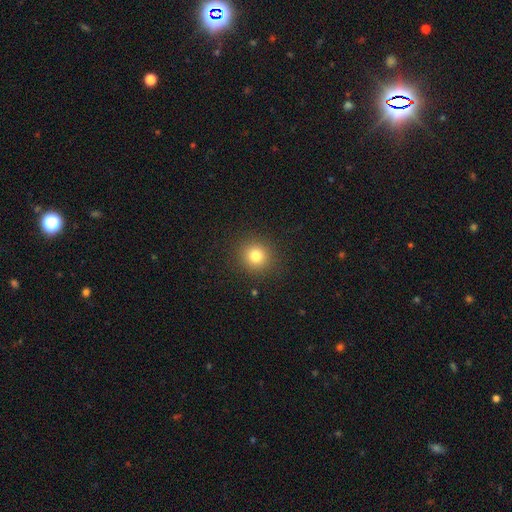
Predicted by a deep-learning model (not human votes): Overall: smooth (80%). How rounded: round (91%). Merging: none (90%).